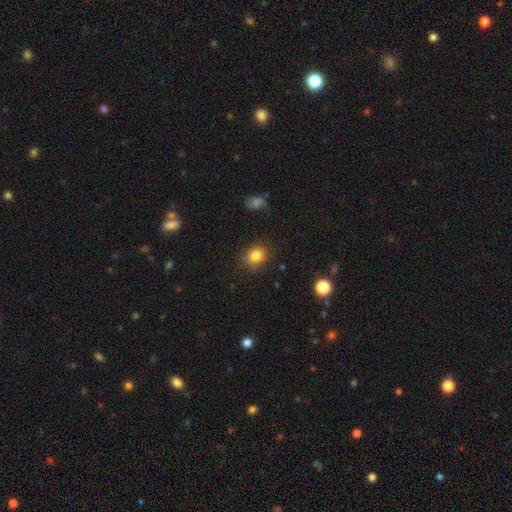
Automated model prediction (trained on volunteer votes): Smooth or featured? Predicted: smooth (p=0.83). How rounded? Predicted: round (p=0.60). Merging? Predicted: none (p=0.79).